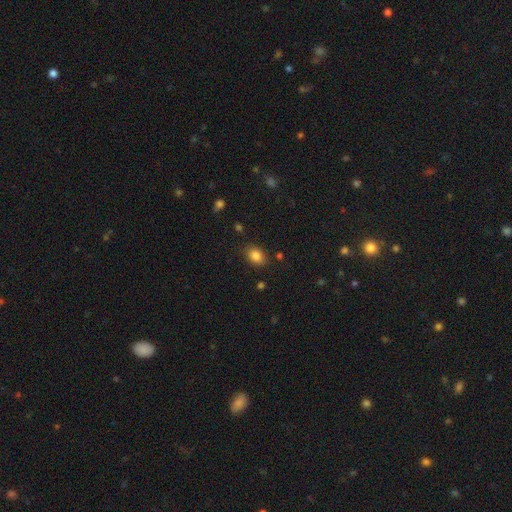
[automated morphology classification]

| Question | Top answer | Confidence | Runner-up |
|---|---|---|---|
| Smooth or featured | smooth | 84% | star or artifact (10%) |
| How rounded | in between | 71% | round (27%) |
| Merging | none | 81% | minor disturbance (13%) |